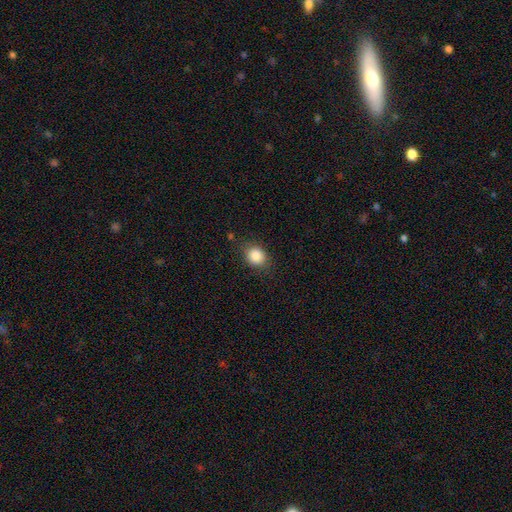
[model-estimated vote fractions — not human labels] Smooth or featured?
  - smooth: 86% *
  - star or artifact: 9%
  - featured or disk: 5%
How rounded?
  - round: 64% *
  - in between: 35%
  - cigar-shaped: 1%
Merging?
  - none: 80% *
  - minor disturbance: 15%
  - major disturbance: 4%
  - merger: 1%